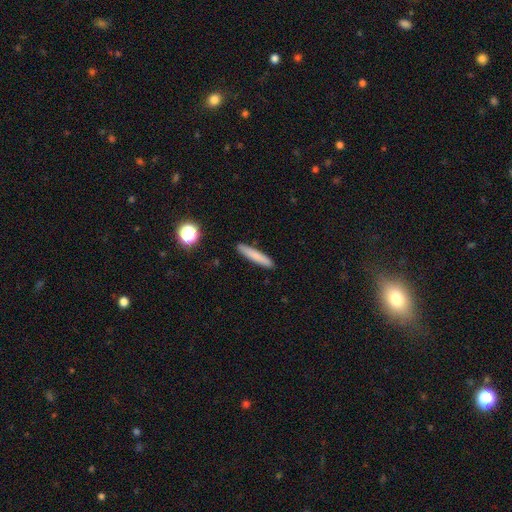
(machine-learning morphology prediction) smooth 79%, featured or disk 14%, star or artifact 7%. Down the decision tree: how rounded — cigar-shaped (93%); merging — none (90%).